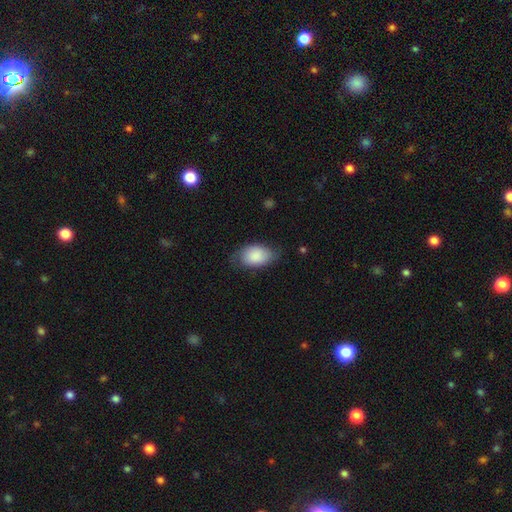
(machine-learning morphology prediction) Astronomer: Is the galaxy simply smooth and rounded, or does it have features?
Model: smooth — 81%.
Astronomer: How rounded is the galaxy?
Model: in between — 90%.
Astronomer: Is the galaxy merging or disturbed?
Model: none — 60%.